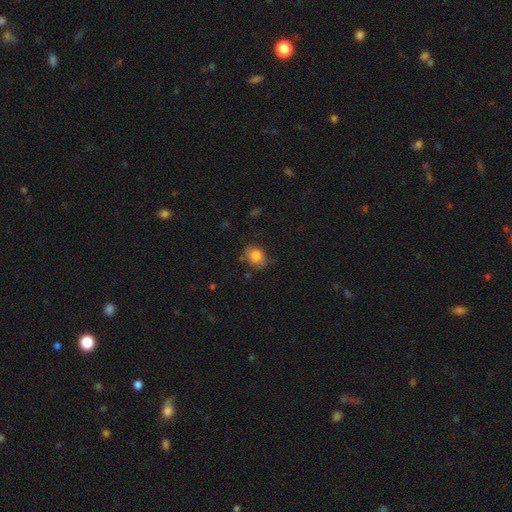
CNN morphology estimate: The model was most divided on "how rounded": in between: 56%, round: 43%, cigar-shaped: 1%. More confident: smooth or featured — smooth (83%); merging — none (64%).